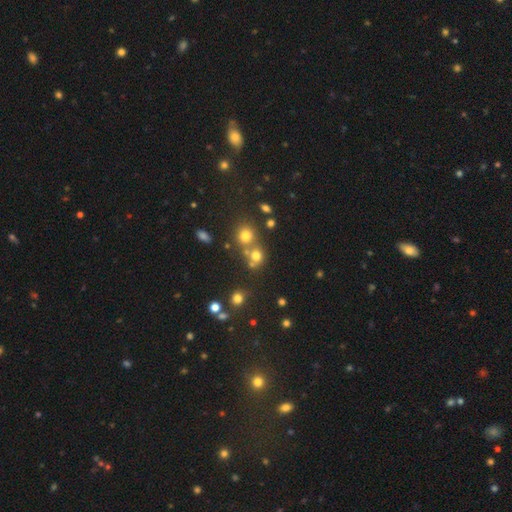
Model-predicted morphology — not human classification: A smooth galaxy with no disk features (69%) that is round (79%). Merging: none (50%).